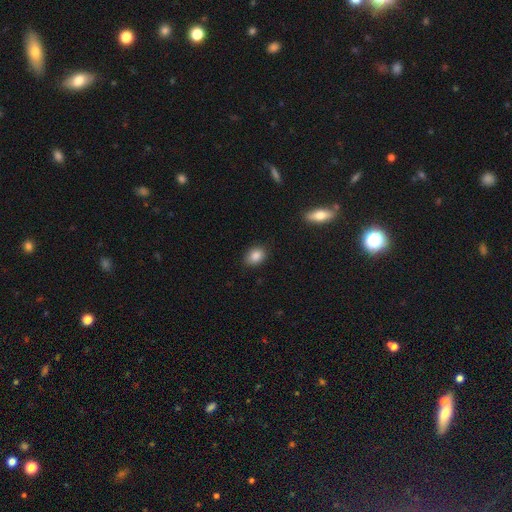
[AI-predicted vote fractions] This appears to be a smooth galaxy with no disk features (86%) that is in between round and cigar-shaped (71%). Merging: none (84%).